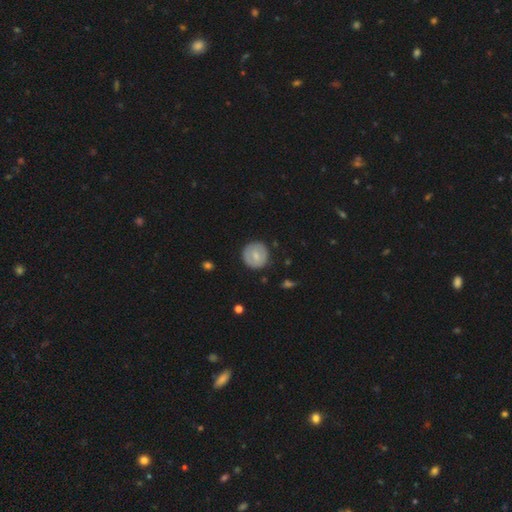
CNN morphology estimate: The model was most divided on "smooth or featured": smooth: 67%, featured or disk: 26%, star or artifact: 7%. More confident: how rounded — round (93%); merging — none (87%).